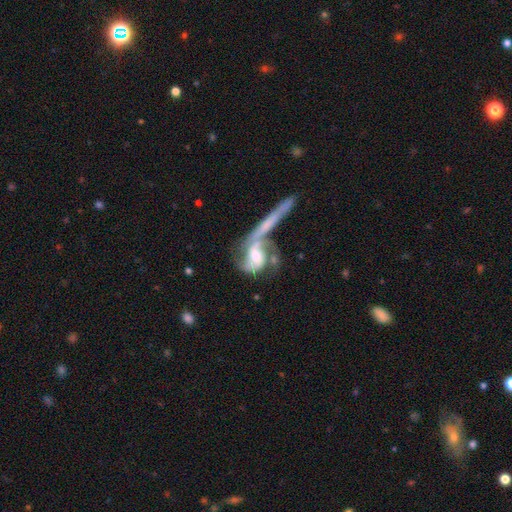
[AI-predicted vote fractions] Smooth or featured? featured or disk (66%)
Edge-on disk? no (88%)
Bar? no (51%)
Spiral arms? yes (78%)
Bulge size? moderate (59%)
Merging? merger (45%)